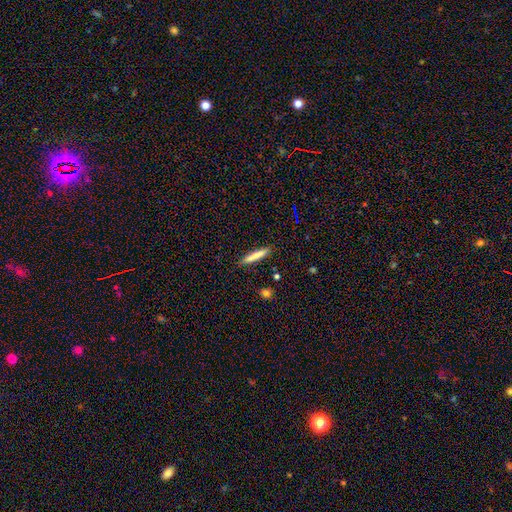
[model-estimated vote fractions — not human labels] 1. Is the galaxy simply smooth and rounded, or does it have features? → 77% smooth, 16% featured or disk, 7% star or artifact.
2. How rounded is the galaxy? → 92% cigar-shaped, 6% in between, 1% round.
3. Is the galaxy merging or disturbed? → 89% none, 8% minor disturbance, 2% major disturbance, 1% merger.